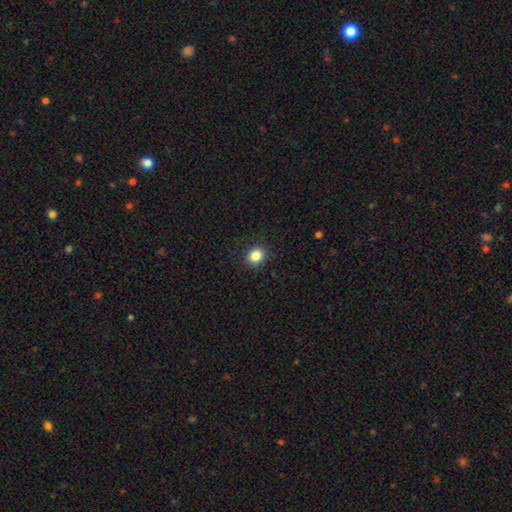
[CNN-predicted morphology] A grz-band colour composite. It shows a smooth galaxy with no disk features (85%) that is round (74%). Merging: none (90%).